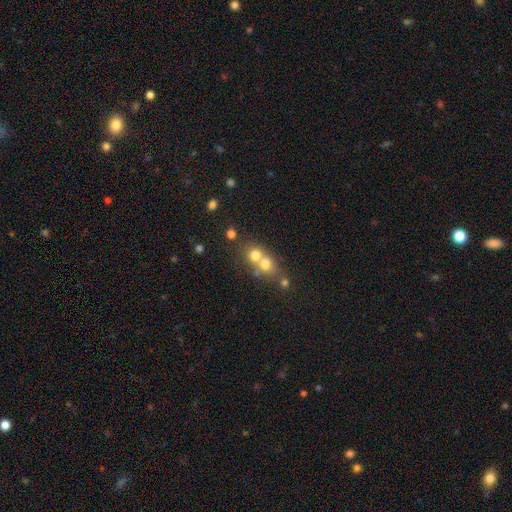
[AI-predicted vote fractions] This is likely a smooth galaxy (70%). How rounded: likely round (79%). Merging: possibly merger (57%).